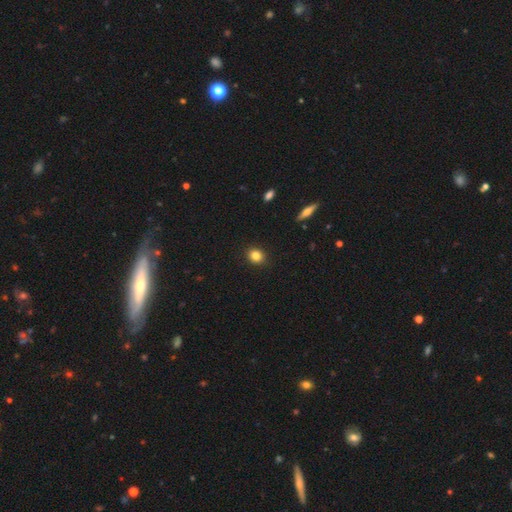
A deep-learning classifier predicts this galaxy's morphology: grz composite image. It shows a smooth galaxy with no disk features (84%) that is round (63%). Merging: none (90%).